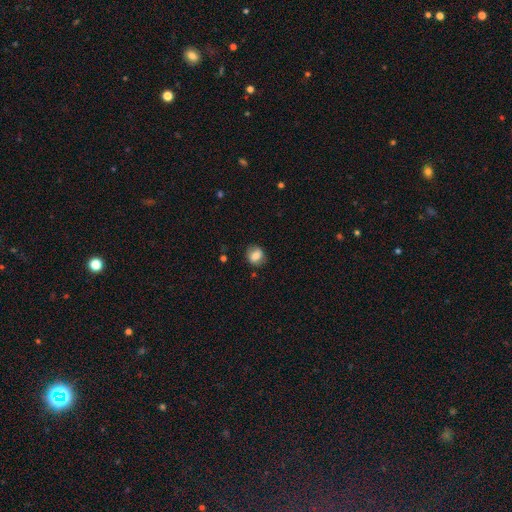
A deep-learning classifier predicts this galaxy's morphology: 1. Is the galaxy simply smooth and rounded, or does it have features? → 77% smooth, 14% featured or disk, 9% star or artifact.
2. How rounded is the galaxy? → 61% round, 38% in between, 1% cigar-shaped.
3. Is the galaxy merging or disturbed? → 76% none, 17% minor disturbance, 5% major disturbance, 2% merger.